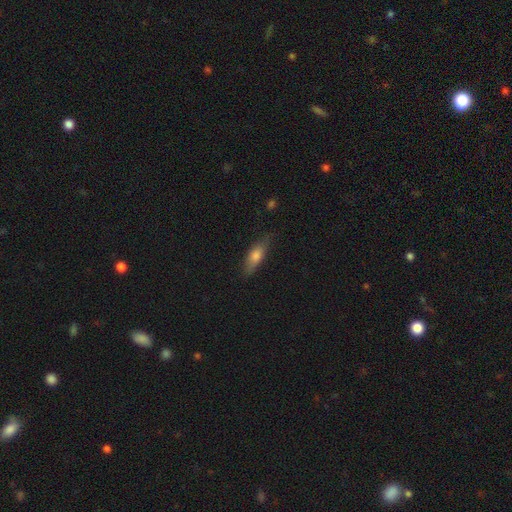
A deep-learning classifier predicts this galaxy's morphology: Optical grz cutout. It shows a smooth galaxy with no disk features (71%) that is in between round and cigar-shaped (58%). Merging: none (75%).